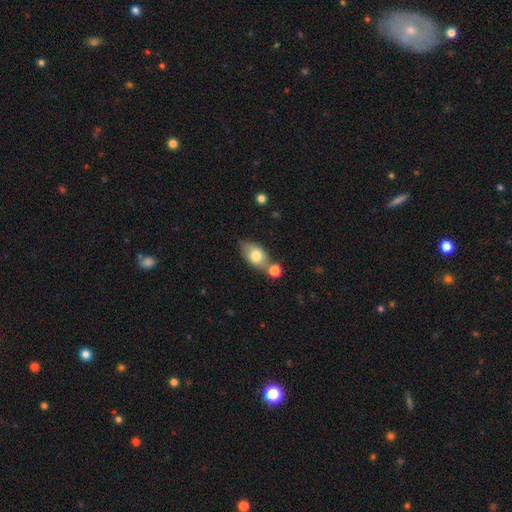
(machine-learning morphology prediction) smooth_or_featured: smooth (p=0.72) [alt: featured or disk p=0.21]
how_rounded: in between (p=0.84) [alt: round p=0.12]
merging: none (p=0.52) [alt: merger p=0.28]